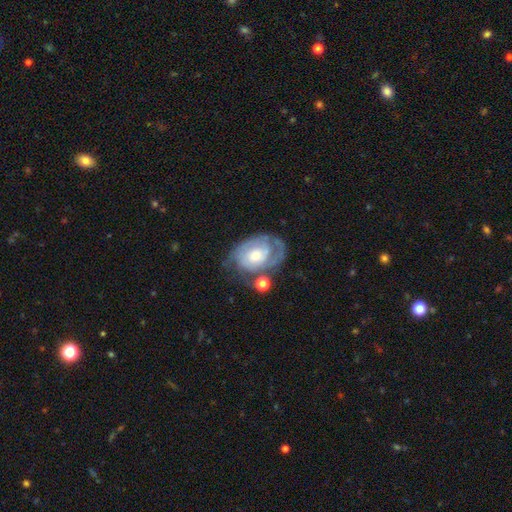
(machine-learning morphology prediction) Smooth or featured? Predicted: featured or disk (p=0.76). Edge-on disk? Predicted: no (p=0.97). Bar? Predicted: no (p=0.73). Spiral arms? Predicted: yes (p=0.88). Spiral winding? Predicted: tight (p=0.61). Spiral arm count? Predicted: 2 (p=0.36). Bulge size? Predicted: small (p=0.46). Merging? Predicted: none (p=0.48).